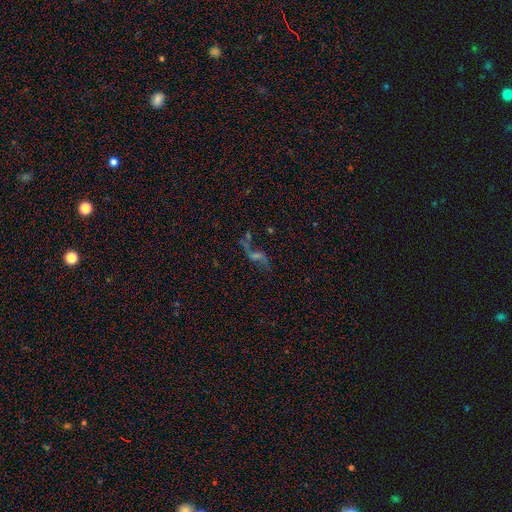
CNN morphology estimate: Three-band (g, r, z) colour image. It shows a featured or disk galaxy (67%) with no bar (43%), 2 (89%) loose (90%) spiral arms (84%) and no central bulge (38%). Merging: none (55%).